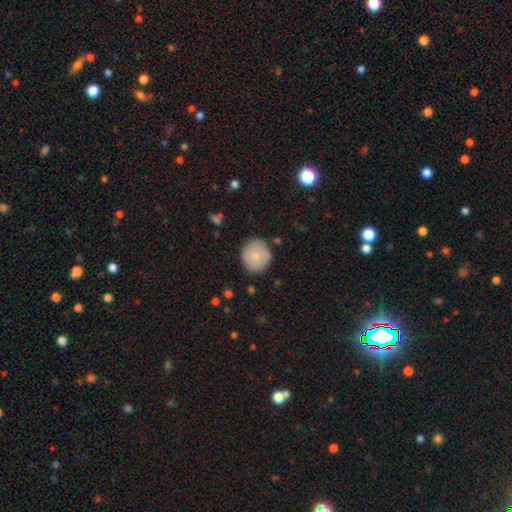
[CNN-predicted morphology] Smooth or featured? smooth (81%)
How rounded? round (85%)
Merging? none (81%)